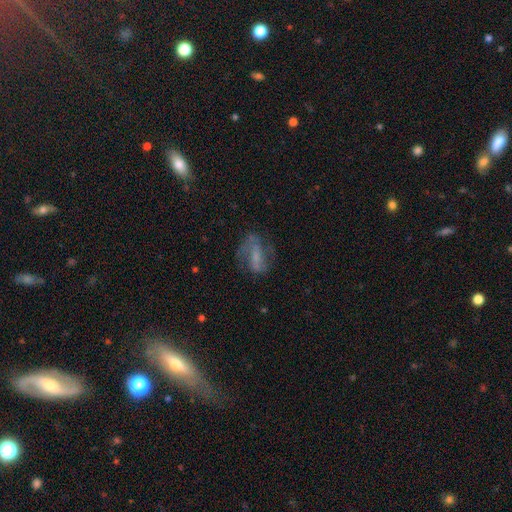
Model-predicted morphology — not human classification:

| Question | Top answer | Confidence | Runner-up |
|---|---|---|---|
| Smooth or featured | featured or disk | 61% | smooth (28%) |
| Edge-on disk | no | 94% | yes (6%) |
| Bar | weak | 39% | strong (33%) |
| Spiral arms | yes | 77% | no (23%) |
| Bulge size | small | 37% | none (34%) |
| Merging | none | 59% | minor disturbance (20%) |